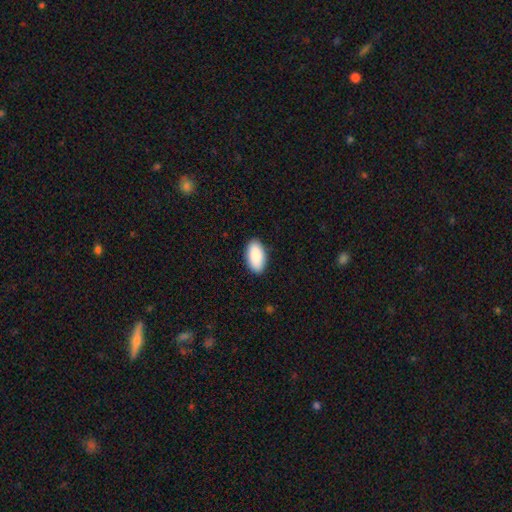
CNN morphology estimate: Smooth or featured: smooth — 91% (star or artifact — 6%)
How rounded: in between — 96% (cigar-shaped — 2%)
Merging: none — 89% (minor disturbance — 8%)